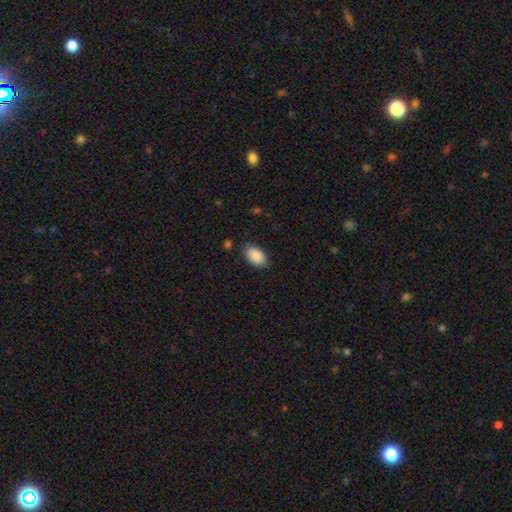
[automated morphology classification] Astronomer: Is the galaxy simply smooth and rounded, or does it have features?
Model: smooth — 90%.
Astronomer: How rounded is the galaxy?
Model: in between — 93%.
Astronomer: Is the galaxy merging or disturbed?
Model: none — 84%.